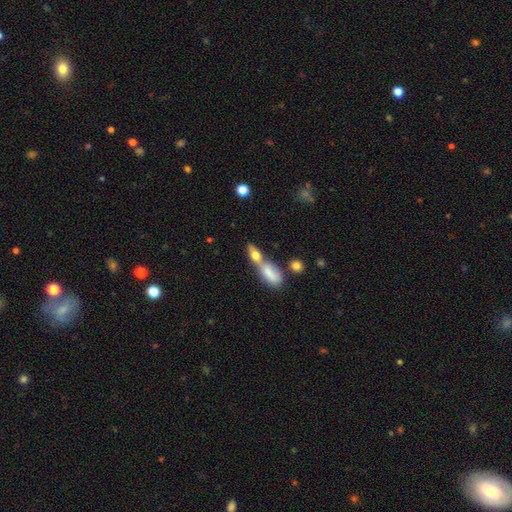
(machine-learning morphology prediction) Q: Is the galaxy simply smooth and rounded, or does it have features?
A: smooth — 70%.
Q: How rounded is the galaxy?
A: in between — 65%.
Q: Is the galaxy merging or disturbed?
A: merger — 59%.